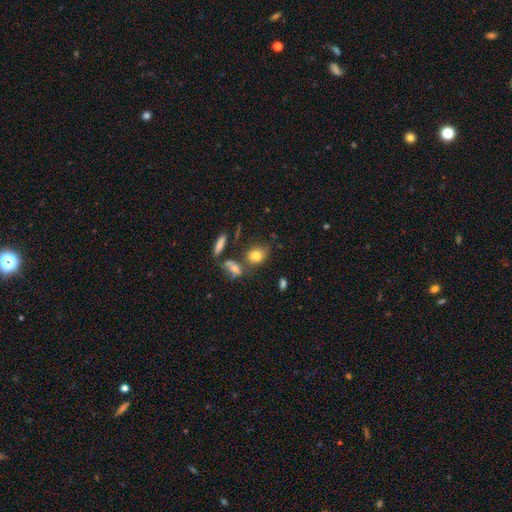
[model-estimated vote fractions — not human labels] Smooth or featured? Predicted: smooth (p=0.79). How rounded? Predicted: in between (p=0.60). Merging? Predicted: none (p=0.56).